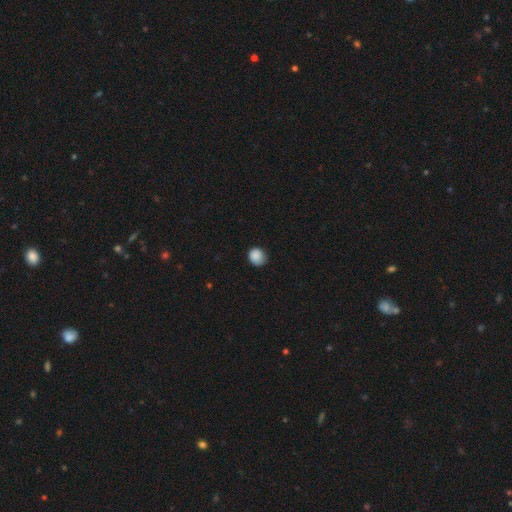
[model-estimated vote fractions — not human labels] The model was most divided on "merging": none: 75%, minor disturbance: 21%, major disturbance: 3%, merger: 1%. More confident: smooth or featured — smooth (87%); how rounded — round (78%).